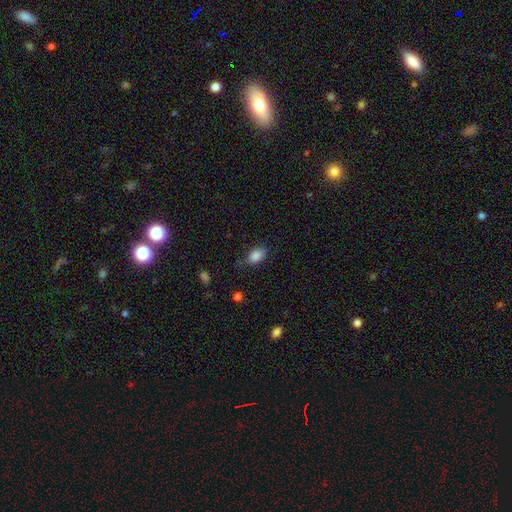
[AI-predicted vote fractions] smooth 87%, star or artifact 8%, featured or disk 5%. Down the decision tree: how rounded — in between (90%); merging — none (75%).